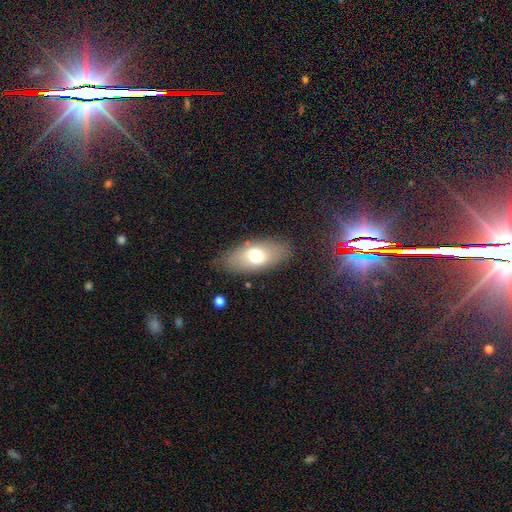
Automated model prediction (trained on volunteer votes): smooth 67%, featured or disk 25%, star or artifact 8%. Down the decision tree: how rounded — in between (88%); merging — none (80%).